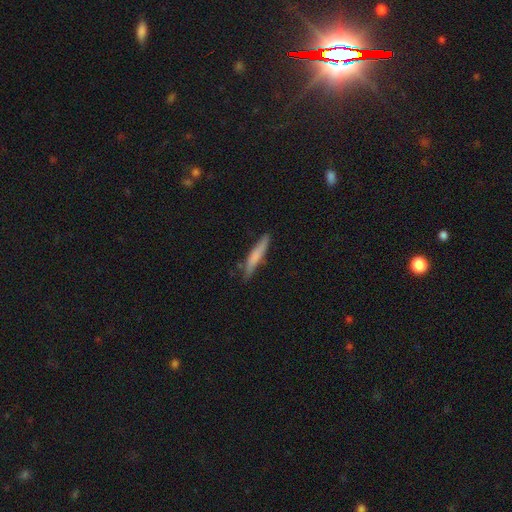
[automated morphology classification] A smooth galaxy with no disk features (70%) that is cigar-shaped (92%). Merging: none (76%).